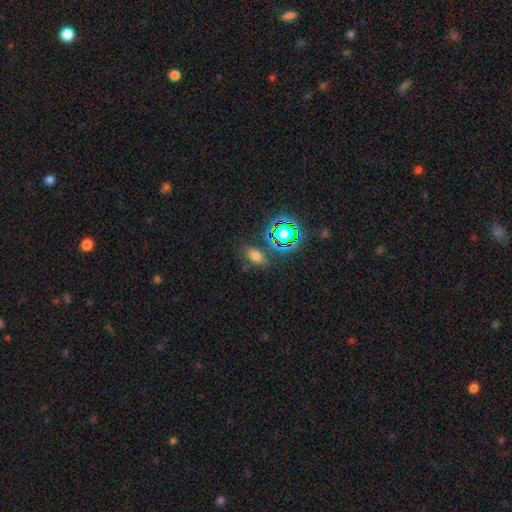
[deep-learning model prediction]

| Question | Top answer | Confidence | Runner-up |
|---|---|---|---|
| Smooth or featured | smooth | 64% | star or artifact (27%) |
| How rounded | in between | 83% | round (12%) |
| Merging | none | 75% | minor disturbance (14%) |